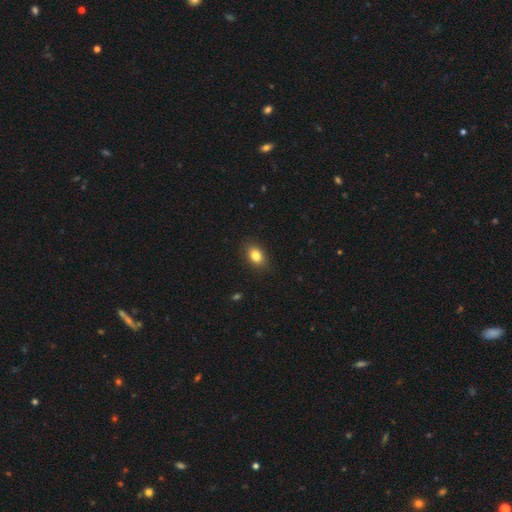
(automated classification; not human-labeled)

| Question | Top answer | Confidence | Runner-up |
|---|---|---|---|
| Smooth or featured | smooth | 84% | star or artifact (9%) |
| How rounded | in between | 80% | round (18%) |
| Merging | none | 87% | minor disturbance (10%) |